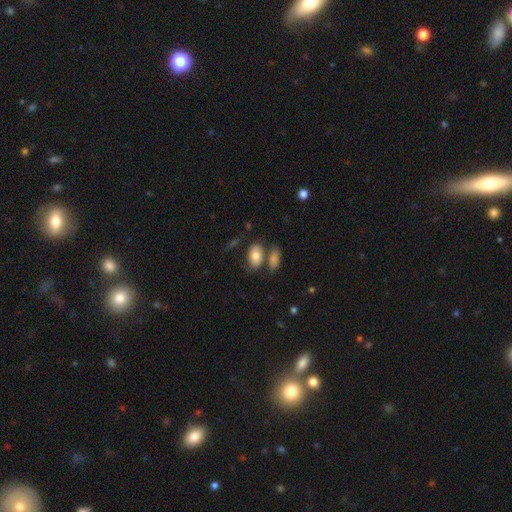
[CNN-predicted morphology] Smooth or featured? Predicted: smooth (p=0.80). How rounded? Predicted: in between (p=0.91). Merging? Predicted: none (p=0.54).